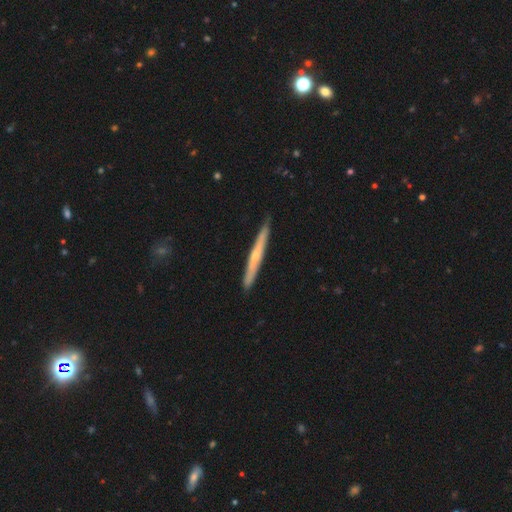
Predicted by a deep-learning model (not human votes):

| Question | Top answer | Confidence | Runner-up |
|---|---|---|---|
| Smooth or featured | featured or disk | 60% | smooth (35%) |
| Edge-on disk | yes | 96% | no (4%) |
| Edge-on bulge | rounded | 58% | none (38%) |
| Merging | none | 89% | minor disturbance (8%) |